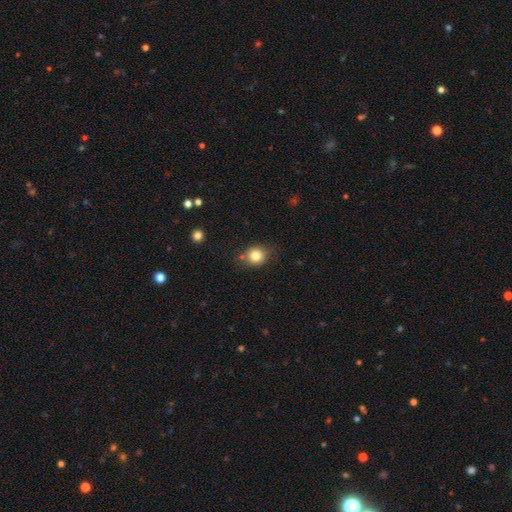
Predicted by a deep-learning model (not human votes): The model was most divided on "how rounded": round: 75%, in between: 24%, cigar-shaped: 1%. More confident: smooth or featured — smooth (81%); merging — none (74%).